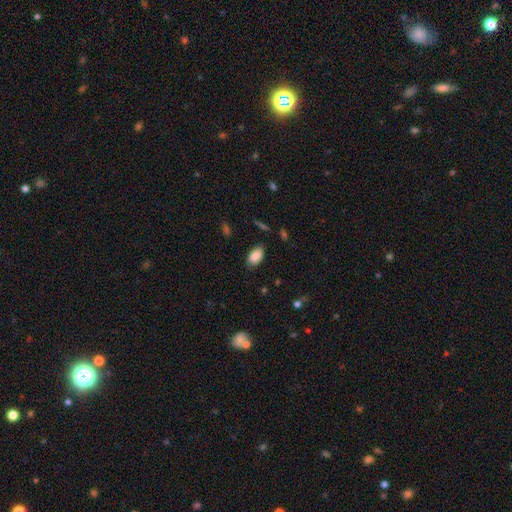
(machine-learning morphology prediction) smooth_or_featured: smooth (p=0.87) [alt: star or artifact p=0.07]
how_rounded: in between (p=0.93) [alt: round p=0.05]
merging: none (p=0.84) [alt: minor disturbance p=0.11]